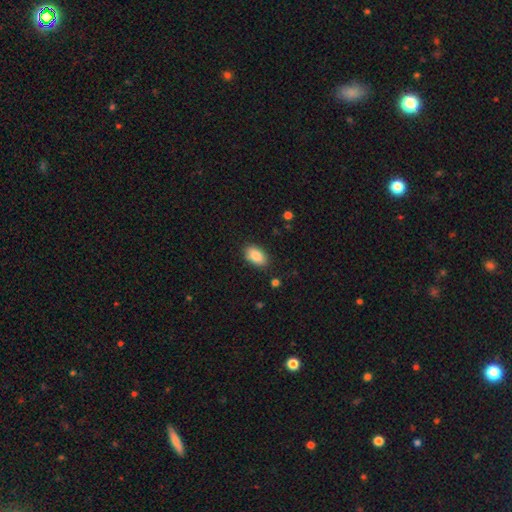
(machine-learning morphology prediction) This is clearly a smooth galaxy (87%). How rounded: clearly in between (92%). Merging: clearly none (86%).